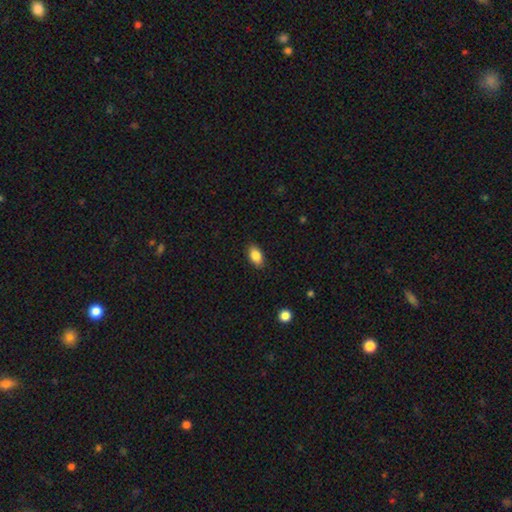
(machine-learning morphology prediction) type=smooth (86%); roundness=in between (91%); merging=none (88%).